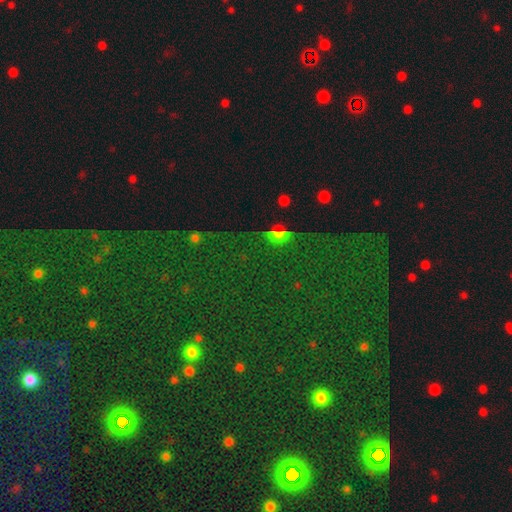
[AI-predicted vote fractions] A star or artifact, not a galaxy (74%).